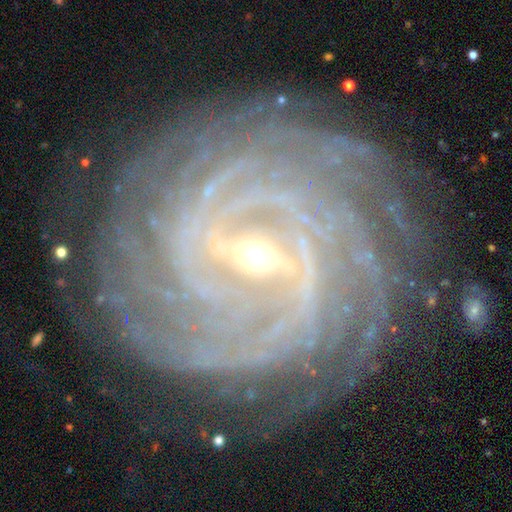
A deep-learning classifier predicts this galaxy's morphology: smooth_or_featured: featured or disk (p=0.92) [alt: star or artifact p=0.05]
disk_edge_on: no (p=0.97) [alt: yes p=0.03]
bar: strong (p=0.51) [alt: weak p=0.37]
has_spiral_arms: yes (p=0.98) [alt: no p=0.02]
spiral_winding: tight (p=0.86) [alt: medium p=0.12]
spiral_arm_count: more than 4 (p=0.29) [alt: 4 p=0.25]
bulge_size: small (p=0.66) [alt: moderate p=0.31]
merging: none (p=0.86) [alt: minor disturbance p=0.10]